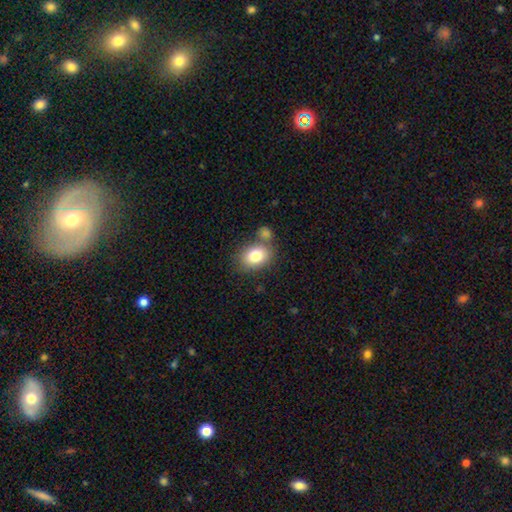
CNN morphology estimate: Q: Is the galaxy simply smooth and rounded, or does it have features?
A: smooth — 80%.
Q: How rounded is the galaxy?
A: in between — 62%.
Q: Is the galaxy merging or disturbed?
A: none — 61%.